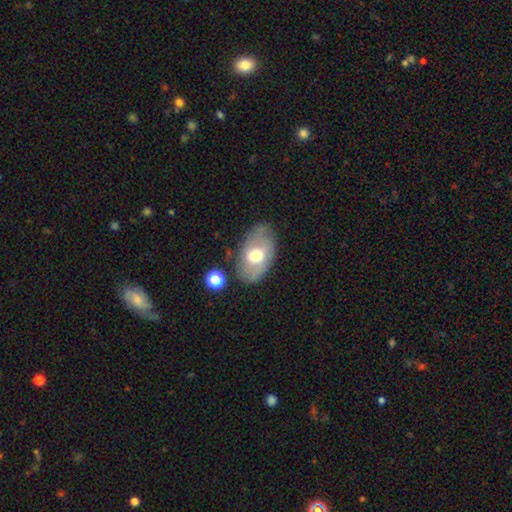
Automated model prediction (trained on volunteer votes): A smooth galaxy with no disk features (52%) that is in between round and cigar-shaped (91%).

Vote fractions:
- Smooth or featured? smooth: 52% / featured or disk: 41% / star or artifact: 7%
- How rounded? in between: 91% / round: 7% / cigar-shaped: 2%
- Merging? none: 68% / minor disturbance: 21% / major disturbance: 7% / merger: 4%